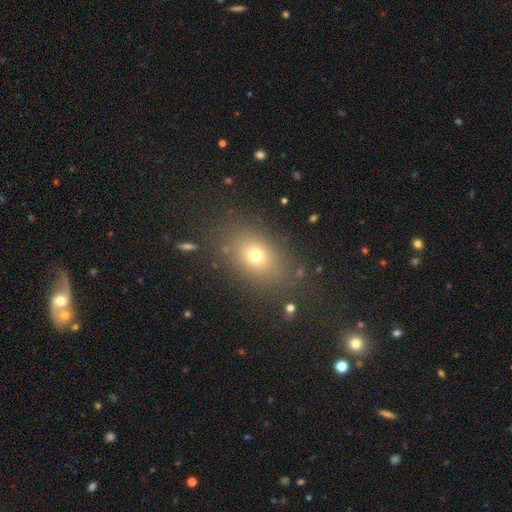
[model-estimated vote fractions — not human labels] This appears to be a smooth galaxy with no disk features (70%) that is in between round and cigar-shaped (67%). Merging: none (81%).